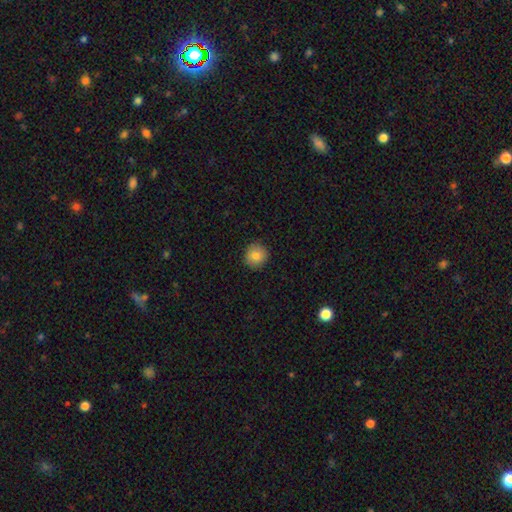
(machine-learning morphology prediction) Smooth or featured? Predicted: smooth (p=0.83). How rounded? Predicted: round (p=0.92). Merging? Predicted: none (p=0.91).